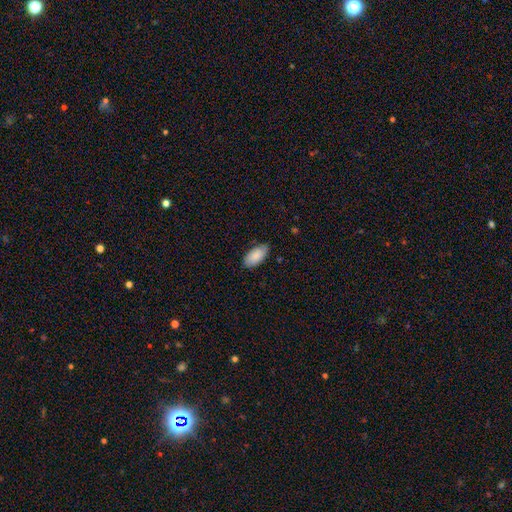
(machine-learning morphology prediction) Q: Smooth or featured?
A: smooth (83%); runner-up: featured or disk (11%)
Q: How rounded?
A: in between (94%); runner-up: cigar-shaped (4%)
Q: Merging?
A: none (76%); runner-up: minor disturbance (20%)